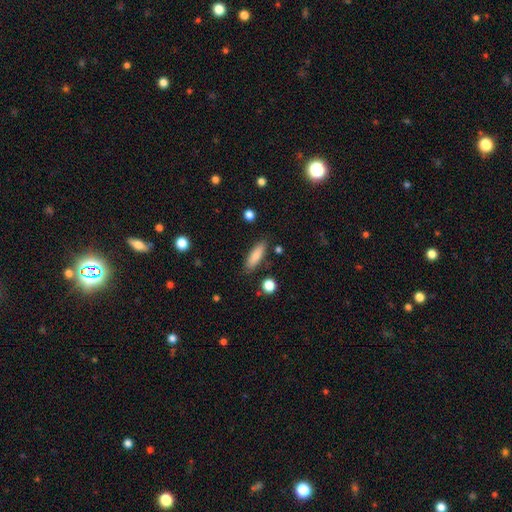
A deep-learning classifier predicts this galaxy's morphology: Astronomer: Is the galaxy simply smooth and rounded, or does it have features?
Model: smooth — 82%.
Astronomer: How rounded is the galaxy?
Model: cigar-shaped — 52% (runner-up: in between, 46%).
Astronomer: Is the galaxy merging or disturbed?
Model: none — 84%.